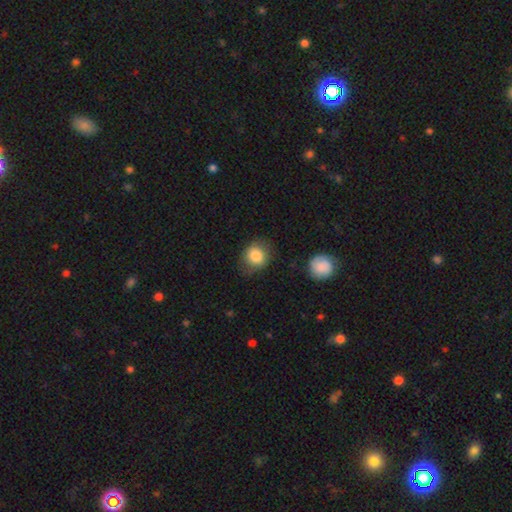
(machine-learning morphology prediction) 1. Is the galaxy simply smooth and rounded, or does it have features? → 84% smooth, 8% star or artifact, 8% featured or disk.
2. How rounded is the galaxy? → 71% round, 28% in between, 1% cigar-shaped.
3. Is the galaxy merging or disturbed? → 71% none, 20% minor disturbance, 7% major disturbance, 2% merger.